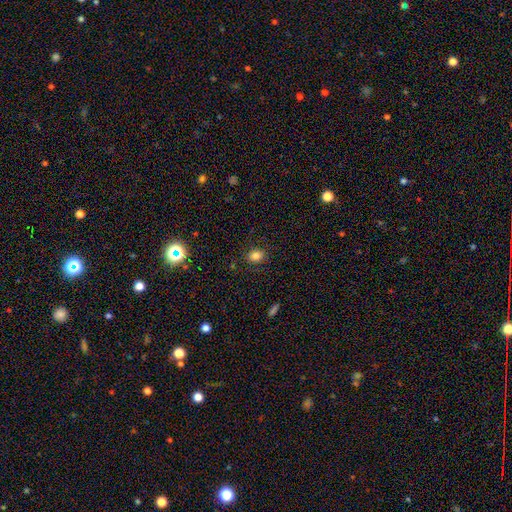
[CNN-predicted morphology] Smooth or featured: smooth — 82% (star or artifact — 12%)
How rounded: round — 56% (in between — 43%)
Merging: none — 87% (minor disturbance — 9%)